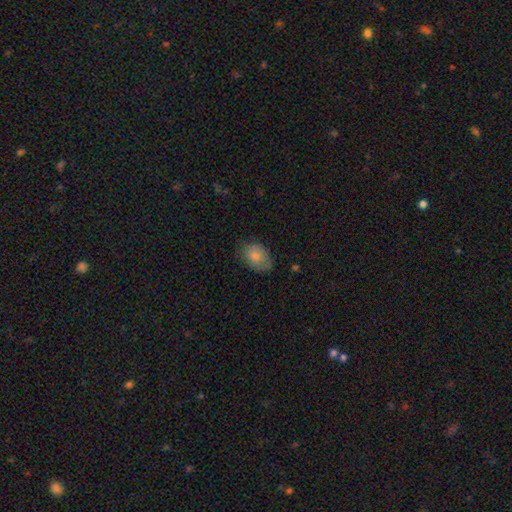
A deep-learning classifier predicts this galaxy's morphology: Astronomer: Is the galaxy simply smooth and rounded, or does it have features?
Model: smooth — 81%.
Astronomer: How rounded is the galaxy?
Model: in between — 79%.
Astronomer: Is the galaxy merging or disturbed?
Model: none — 65%.